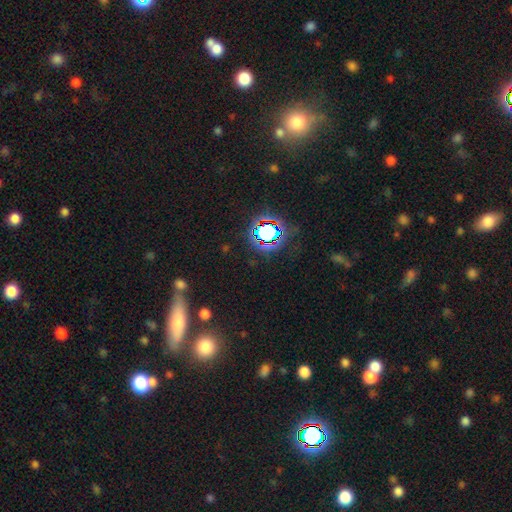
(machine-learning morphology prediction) A star or artifact, not a galaxy (55%).